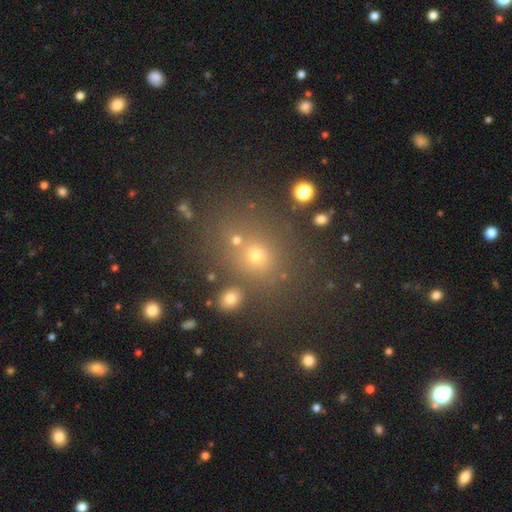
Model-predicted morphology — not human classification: type=smooth (62%); roundness=round (66%); merging=none (68%).